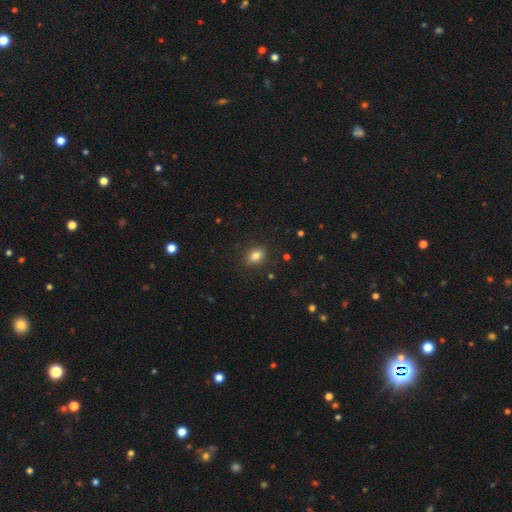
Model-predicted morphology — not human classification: A smooth galaxy with no disk features (82%) that is in between round and cigar-shaped (70%). Merging: none (85%).